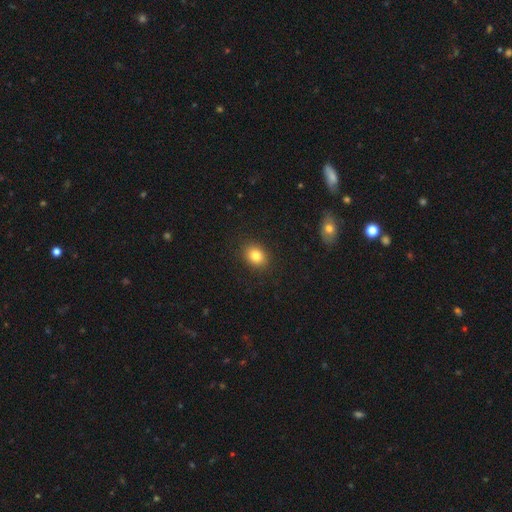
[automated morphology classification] smooth-or-featured: smooth: 83% | star or artifact: 10% | featured or disk: 7%
  how-rounded: in between: 53% | round: 46% | cigar-shaped: 1%
  merging: none: 89% | minor disturbance: 8% | major disturbance: 2% | merger: 1%